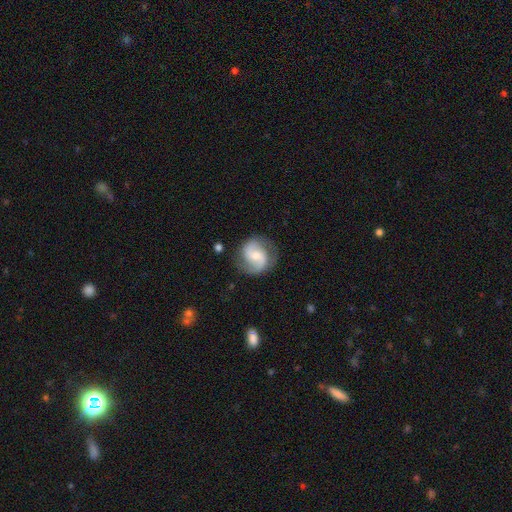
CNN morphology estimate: A featured or disk galaxy (79%) with no bar (46%), 2 (91%) medium (50%) spiral arms (95%) and a moderate central bulge (47%).

Vote fractions:
- Smooth or featured? featured or disk: 79% / smooth: 16% / star or artifact: 6%
- Edge-on disk? no: 98% / yes: 2%
- Bar? no: 46% / weak: 43% / strong: 11%
- Spiral arms? yes: 95% / no: 5%
- Spiral winding? medium: 50% / loose: 32% / tight: 18%
- Spiral arm count? 2: 91% / can't tell: 4% / 1: 2% / 3: 1% / 4: 1% / more than 4: 1%
- Bulge size? moderate: 47% / small: 44% / none: 4% / large: 4% / dominant: 1%
- Merging? none: 80% / minor disturbance: 14% / major disturbance: 5% / merger: 1%